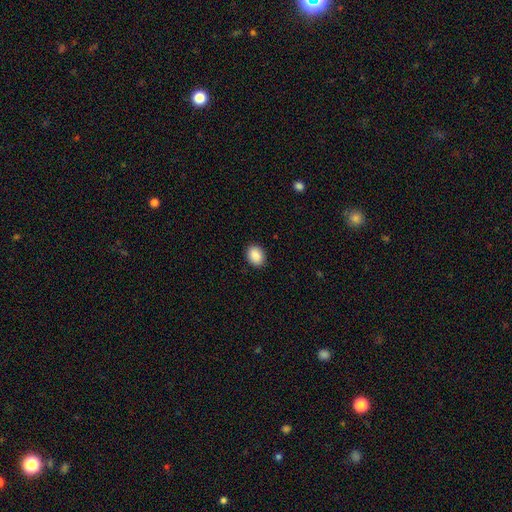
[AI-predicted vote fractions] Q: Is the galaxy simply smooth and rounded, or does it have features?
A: smooth — 89%.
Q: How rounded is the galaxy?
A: in between — 63%.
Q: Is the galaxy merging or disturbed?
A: none — 91%.